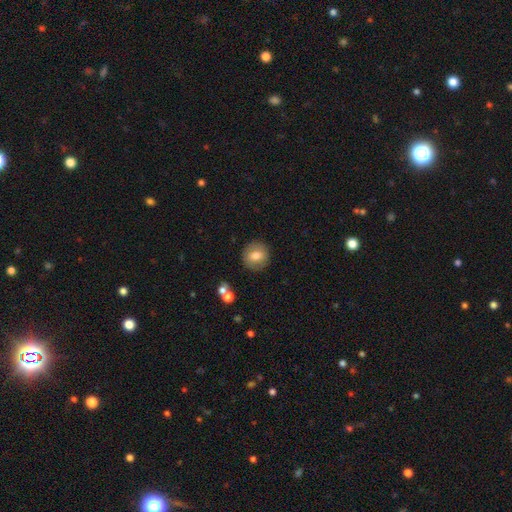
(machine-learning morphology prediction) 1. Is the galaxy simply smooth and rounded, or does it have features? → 73% smooth, 18% featured or disk, 8% star or artifact.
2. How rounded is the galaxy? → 90% round, 9% in between, 1% cigar-shaped.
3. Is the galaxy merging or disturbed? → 89% none, 7% minor disturbance, 2% major disturbance, 2% merger.